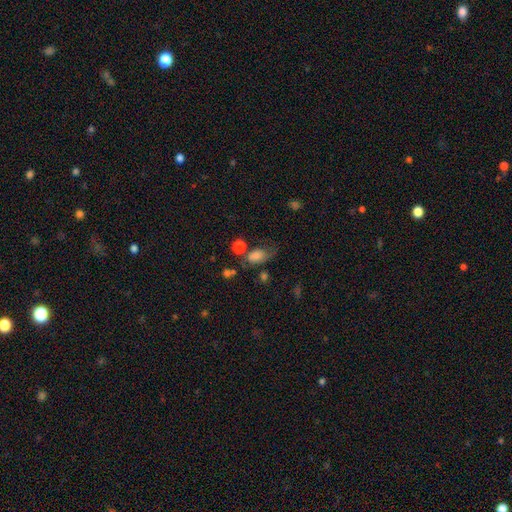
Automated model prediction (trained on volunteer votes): This appears to be a smooth galaxy with no disk features (68%) that is in between round and cigar-shaped (81%). Merging: none (41%).